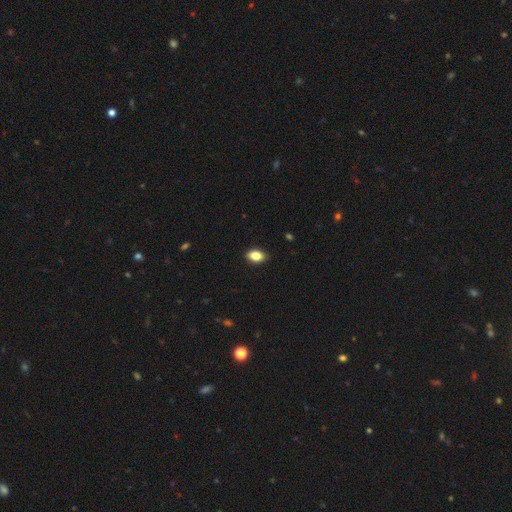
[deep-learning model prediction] A smooth galaxy with no disk features (85%) that is in between round and cigar-shaped (87%). Merging: none (88%).